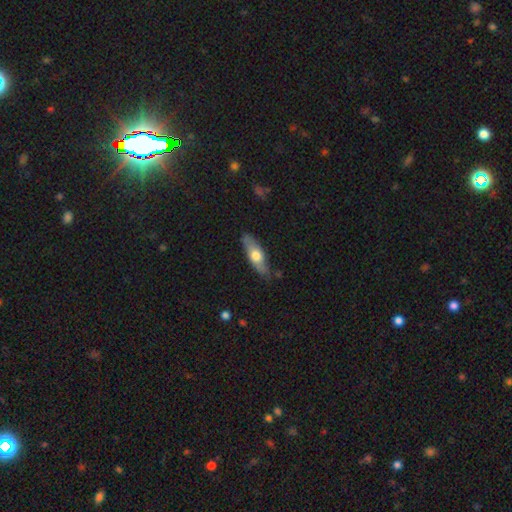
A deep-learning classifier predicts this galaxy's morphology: smooth 54%, featured or disk 41%, star or artifact 5%. Down the decision tree: how rounded — in between (51%); merging — none (77%).